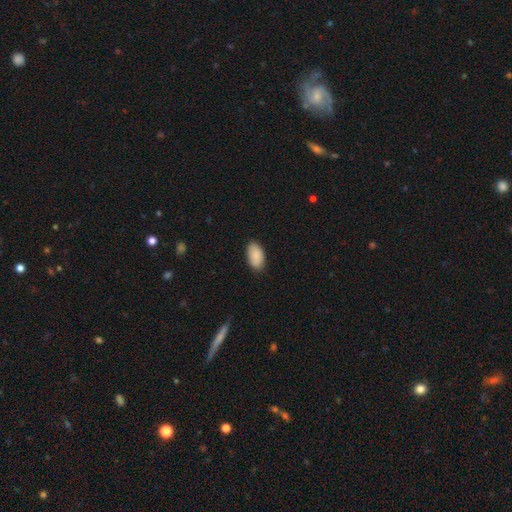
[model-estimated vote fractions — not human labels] Q: Smooth or featured?
A: smooth (90%); runner-up: star or artifact (6%)
Q: How rounded?
A: in between (95%); runner-up: round (3%)
Q: Merging?
A: none (85%); runner-up: minor disturbance (11%)